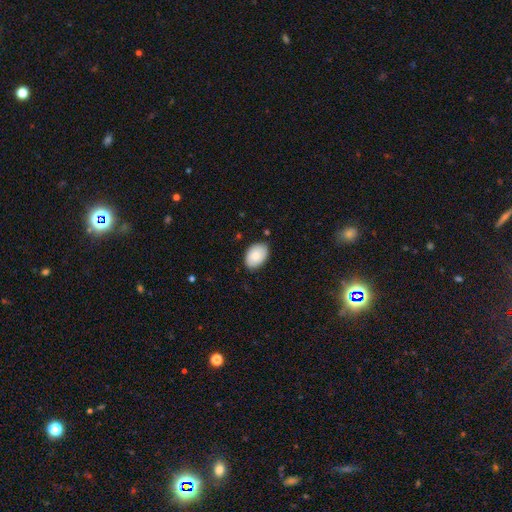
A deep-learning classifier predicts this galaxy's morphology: Overall: smooth (84%). How rounded: in between (88%). Merging: none (81%).